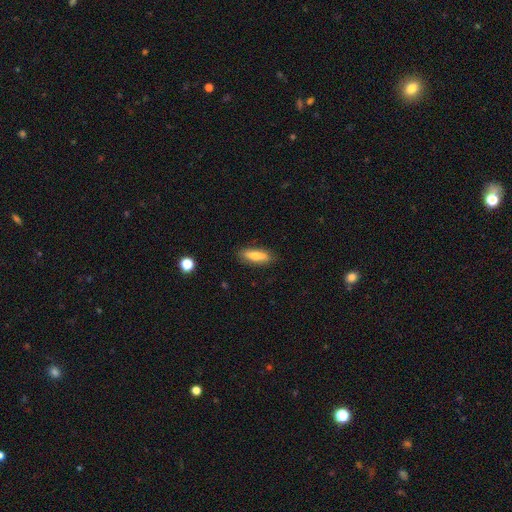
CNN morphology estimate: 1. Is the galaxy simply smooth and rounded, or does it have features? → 72% smooth, 21% featured or disk, 7% star or artifact.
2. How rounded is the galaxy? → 54% cigar-shaped, 44% in between, 2% round.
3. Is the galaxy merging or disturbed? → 85% none, 11% minor disturbance, 2% major disturbance, 1% merger.